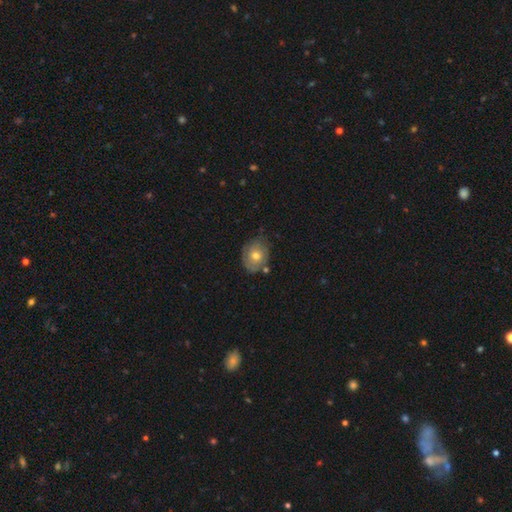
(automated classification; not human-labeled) A smooth galaxy with no disk features (61%) that is round (51%). Merging: none (60%).